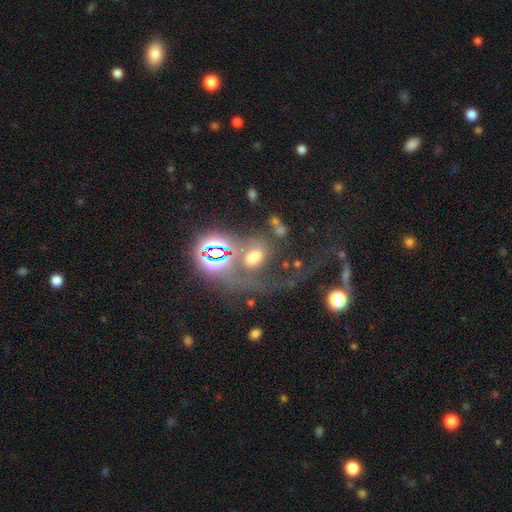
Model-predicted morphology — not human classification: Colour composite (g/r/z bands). It shows a smooth galaxy with no disk features (43%). Merging: merger (31%, tied with none).